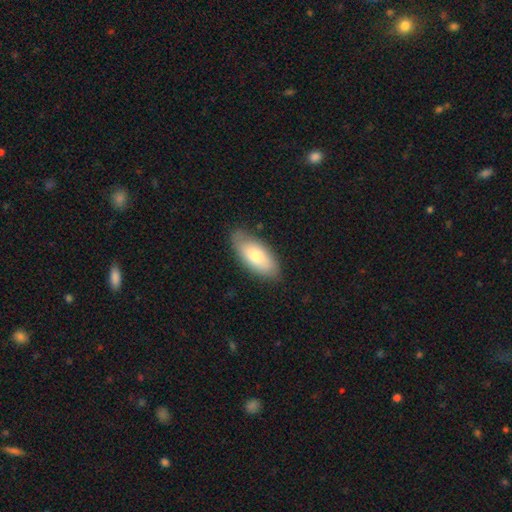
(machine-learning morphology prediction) Q: Smooth or featured?
A: smooth (70%); runner-up: featured or disk (24%)
Q: How rounded?
A: in between (89%); runner-up: cigar-shaped (9%)
Q: Merging?
A: none (80%); runner-up: minor disturbance (16%)